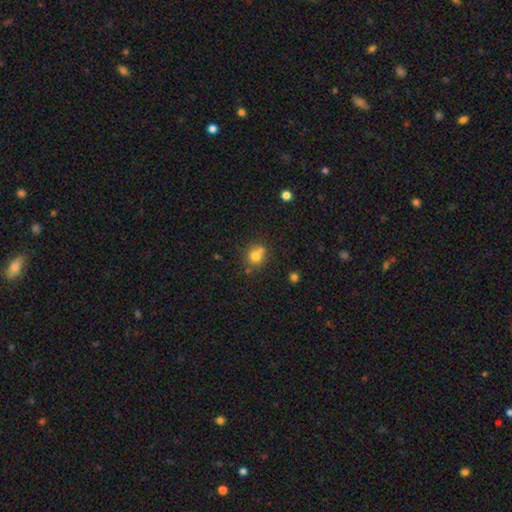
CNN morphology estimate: Smooth or featured?
  - smooth: 75% *
  - star or artifact: 13%
  - featured or disk: 12%
How rounded?
  - round: 81% *
  - in between: 18%
  - cigar-shaped: 1%
Merging?
  - none: 56% *
  - merger: 29%
  - minor disturbance: 12%
  - major disturbance: 4%